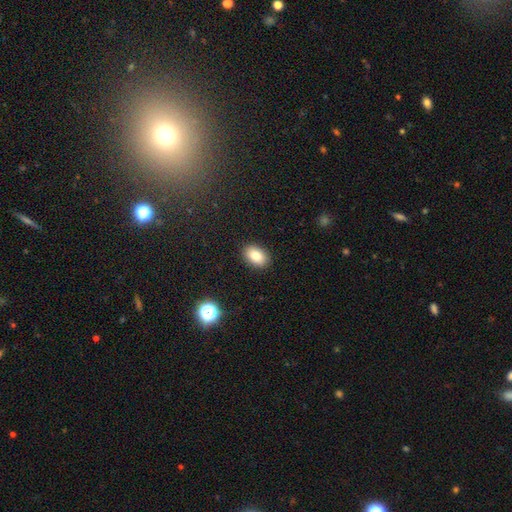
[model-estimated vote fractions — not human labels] Smooth or featured: smooth — 83% (star or artifact — 9%)
How rounded: in between — 87% (round — 11%)
Merging: none — 89% (minor disturbance — 8%)